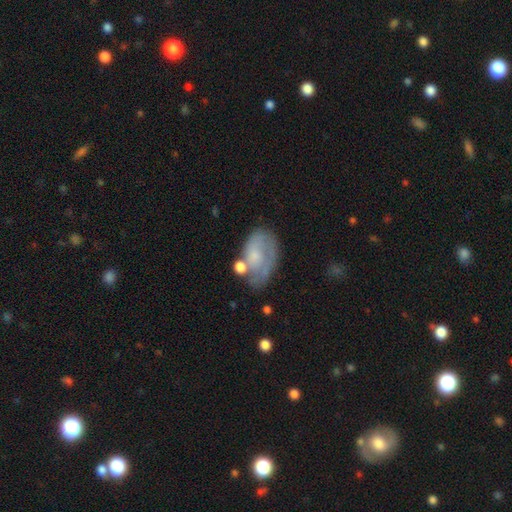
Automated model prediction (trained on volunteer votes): Overall: featured or disk (47%; smooth 45%). Merging: none (41%; minor disturbance 27%).